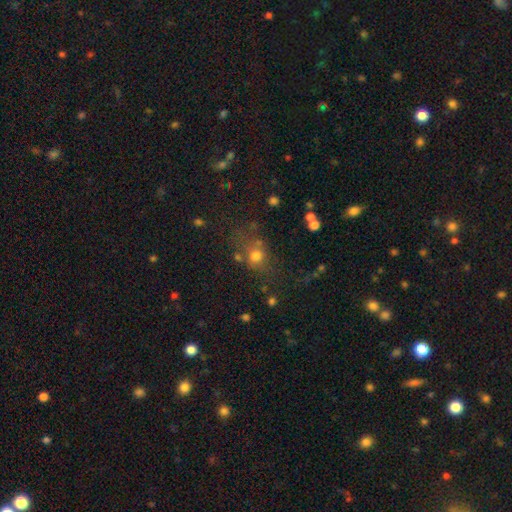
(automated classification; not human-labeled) This appears to be a smooth galaxy with no disk features (70%) that is round (64%). Merging: none (58%).